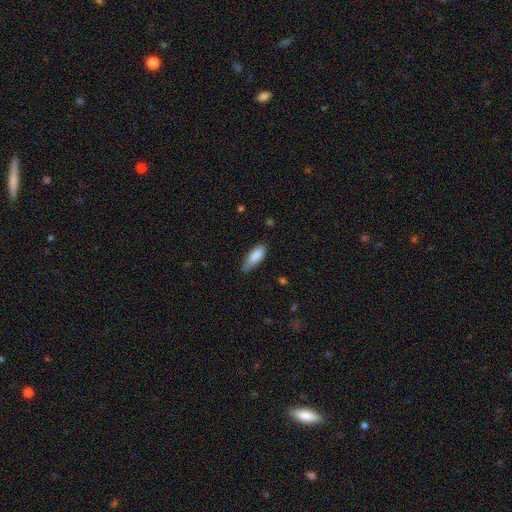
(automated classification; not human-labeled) This is clearly a smooth galaxy (85%). How rounded: likely in between (66%). Merging: possibly none (55%).